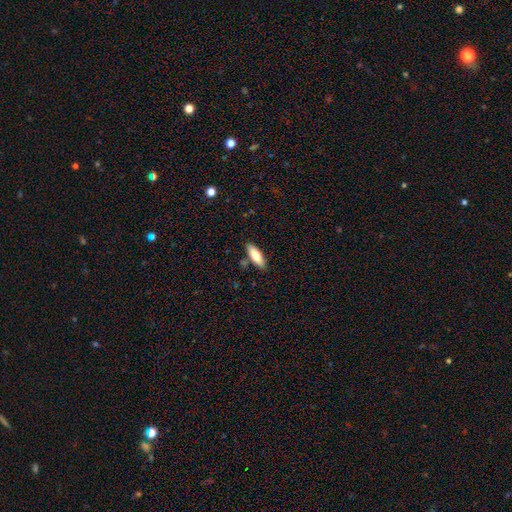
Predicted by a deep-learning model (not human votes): A smooth galaxy with no disk features (76%) that is in between round and cigar-shaped (56%).

Vote fractions:
- Smooth or featured? smooth: 76% / featured or disk: 18% / star or artifact: 6%
- How rounded? in between: 56% / cigar-shaped: 42% / round: 2%
- Merging? none: 82% / minor disturbance: 11% / merger: 4% / major disturbance: 2%